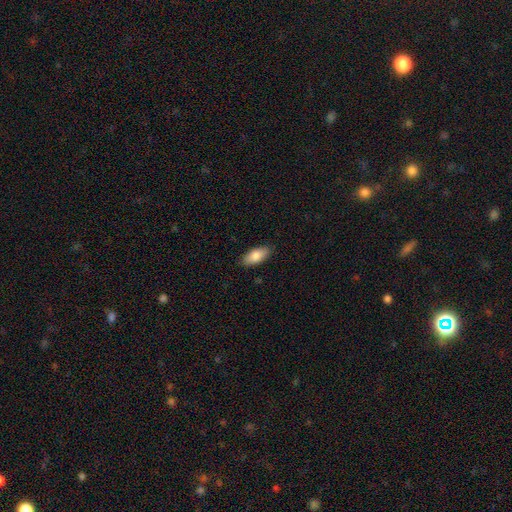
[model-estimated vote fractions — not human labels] Smooth or featured: smooth — 84% (featured or disk — 10%)
How rounded: in between — 87% (cigar-shaped — 11%)
Merging: none — 87% (minor disturbance — 10%)